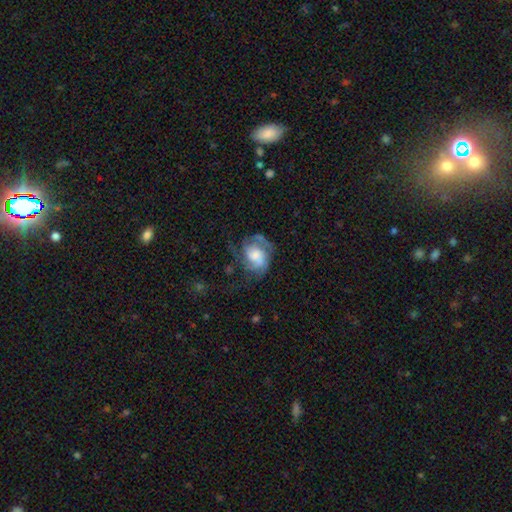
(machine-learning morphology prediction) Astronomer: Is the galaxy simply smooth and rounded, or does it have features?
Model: featured or disk — 75%.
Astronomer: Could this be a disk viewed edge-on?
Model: no — 98%.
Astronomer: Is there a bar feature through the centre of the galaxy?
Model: no — 62%.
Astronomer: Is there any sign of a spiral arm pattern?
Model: yes — 91%.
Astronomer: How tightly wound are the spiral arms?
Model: medium — 45% (runner-up: tight, 36%).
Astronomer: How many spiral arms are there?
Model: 2 — 45%.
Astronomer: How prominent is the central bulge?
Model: moderate — 36% (runner-up: large, 27%).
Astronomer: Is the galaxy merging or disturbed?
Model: none — 46% (runner-up: major disturbance, 28%).